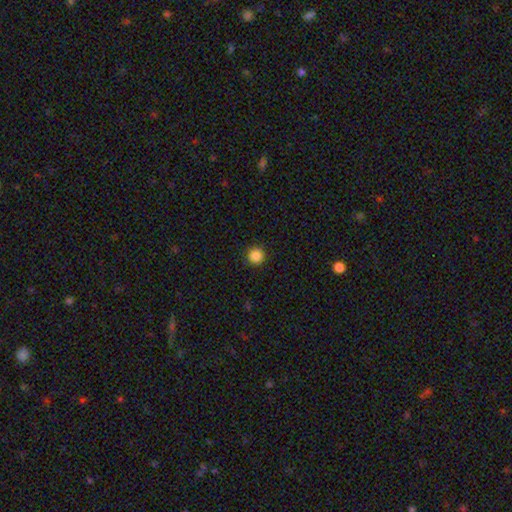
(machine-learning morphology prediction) The model was most divided on "smooth or featured": smooth: 86%, star or artifact: 11%, featured or disk: 3%. More confident: how rounded — round (96%); merging — none (92%).